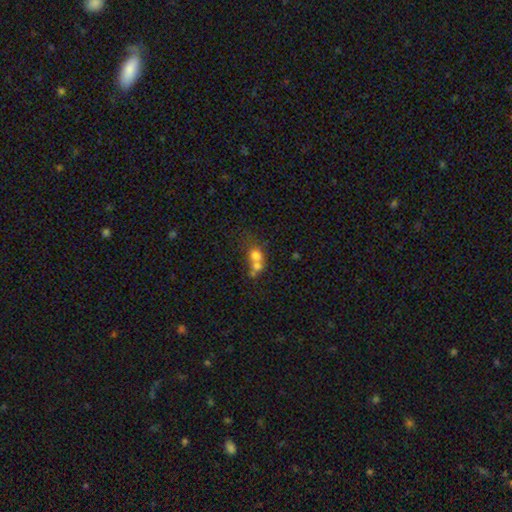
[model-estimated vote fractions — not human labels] smooth 67%, featured or disk 20%, star or artifact 13%. Down the decision tree: how rounded — round (71%); merging — merger (63%).